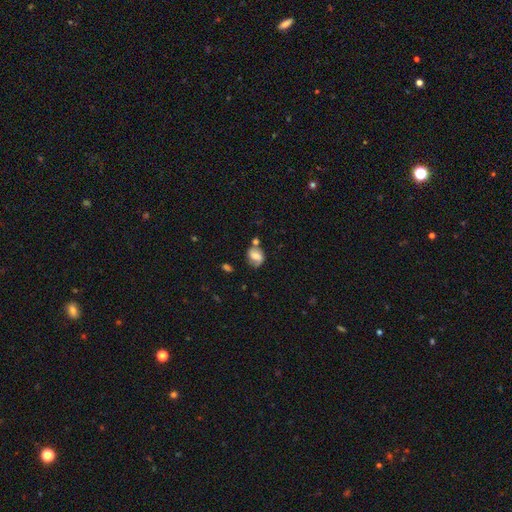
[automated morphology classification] featured or disk 45% (tied), smooth 45% (tied), star or artifact 9%. Down the decision tree: merging — none (56%).